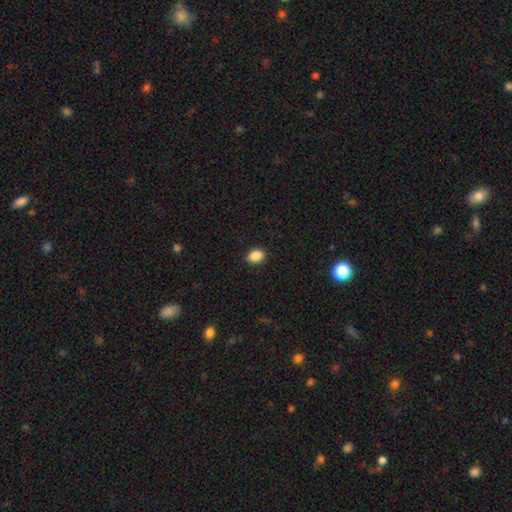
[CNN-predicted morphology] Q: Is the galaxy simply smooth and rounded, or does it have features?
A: smooth — 89%.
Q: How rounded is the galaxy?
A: in between — 74%.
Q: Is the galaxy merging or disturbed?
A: none — 90%.